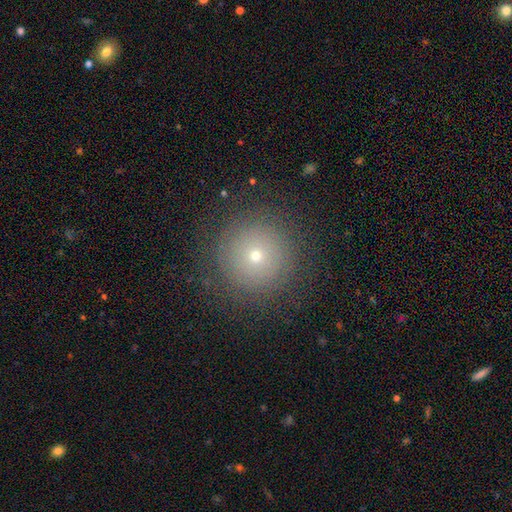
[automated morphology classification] type=smooth (65%); roundness=round (96%); merging=none (87%).